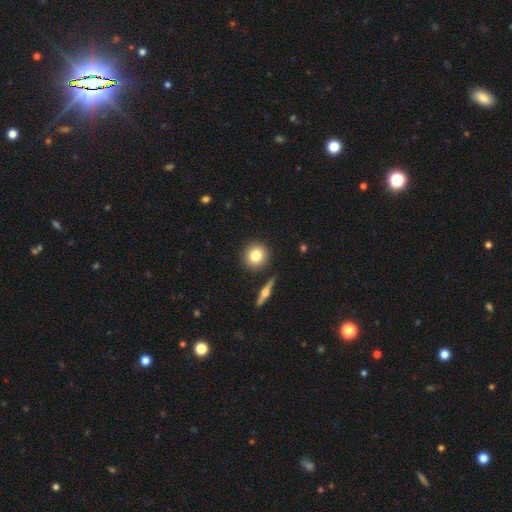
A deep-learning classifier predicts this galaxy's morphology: The model was most divided on "smooth or featured": smooth: 79%, featured or disk: 13%, star or artifact: 8%. More confident: how rounded — round (91%); merging — none (87%).